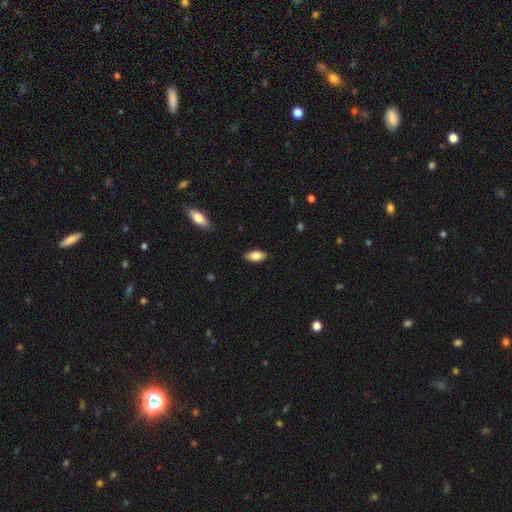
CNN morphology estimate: This is clearly a smooth galaxy (82%). How rounded: clearly in between (90%). Merging: clearly none (87%).